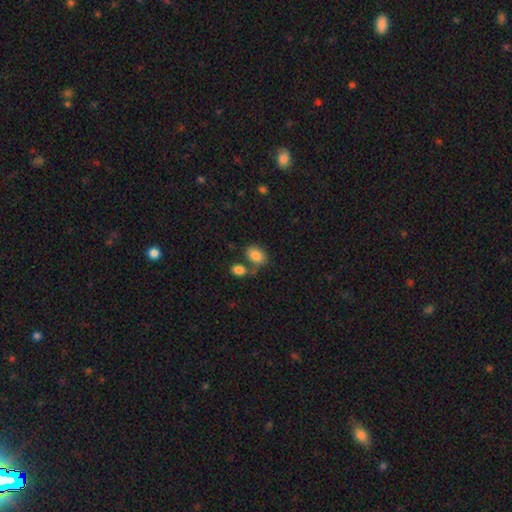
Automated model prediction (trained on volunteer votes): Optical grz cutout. It shows a smooth galaxy with no disk features (84%) that is in between round and cigar-shaped (81%). Merging: none (54%).